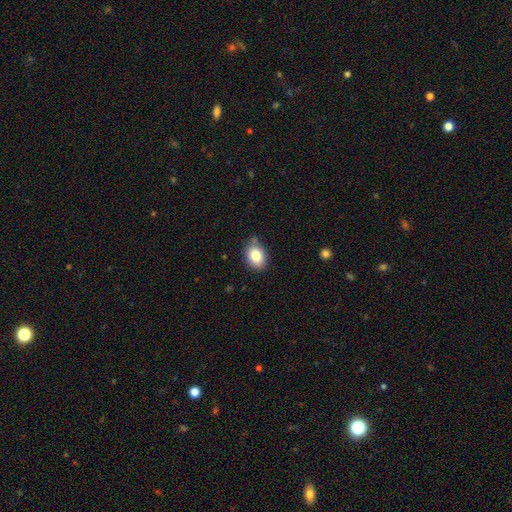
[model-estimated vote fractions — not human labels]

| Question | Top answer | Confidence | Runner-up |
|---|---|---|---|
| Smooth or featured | smooth | 84% | star or artifact (8%) |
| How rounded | in between | 73% | round (26%) |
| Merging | none | 76% | minor disturbance (18%) |